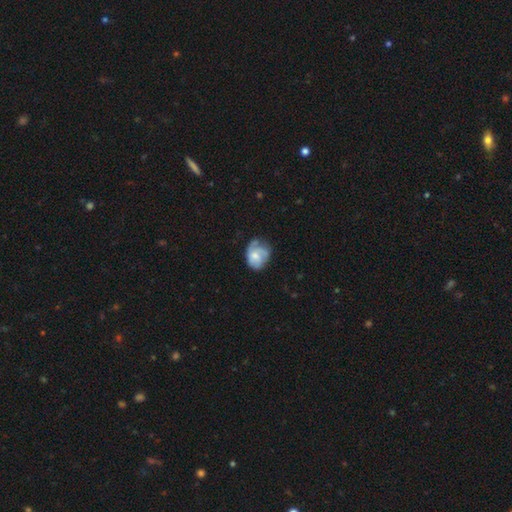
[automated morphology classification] A featured or disk galaxy (49%).

Vote fractions:
- Smooth or featured? featured or disk: 49% / smooth: 44% / star or artifact: 7%
- Merging? none: 46% / minor disturbance: 33% / major disturbance: 18% / merger: 3%